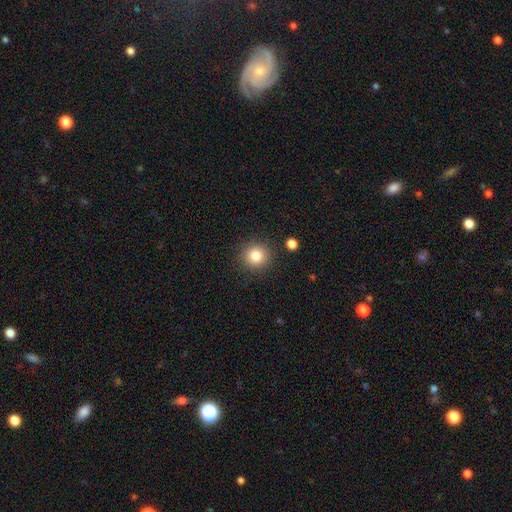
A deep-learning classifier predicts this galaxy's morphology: The model was most divided on "smooth or featured": smooth: 82%, star or artifact: 11%, featured or disk: 7%. More confident: how rounded — round (92%); merging — none (89%).